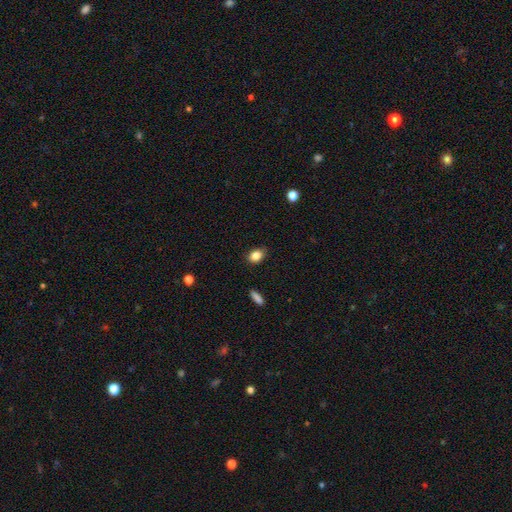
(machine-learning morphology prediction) The model was most divided on "how rounded": in between: 75%, round: 24%, cigar-shaped: 2%. More confident: merging — none (85%); smooth or featured — smooth (85%).